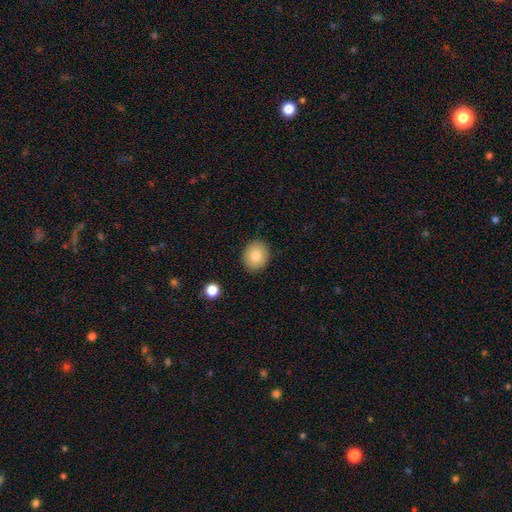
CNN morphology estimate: This appears to be a smooth galaxy with no disk features (82%) that is round (68%). Merging: none (89%).